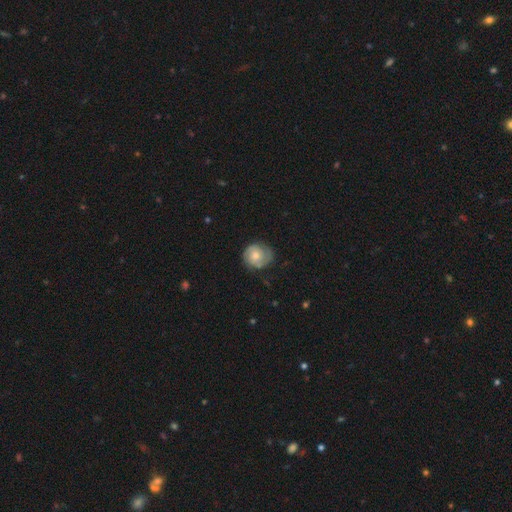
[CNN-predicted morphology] smooth_or_featured: featured or disk (p=0.55) [alt: smooth p=0.38]
disk_edge_on: no (p=0.97) [alt: yes p=0.03]
bar: no (p=0.78) [alt: weak p=0.19]
has_spiral_arms: yes (p=0.83) [alt: no p=0.17]
bulge_size: moderate (p=0.59) [alt: small p=0.33]
merging: none (p=0.67) [alt: minor disturbance p=0.24]